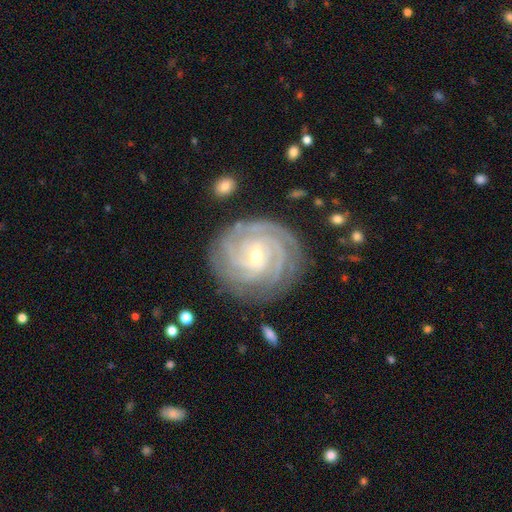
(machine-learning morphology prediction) smooth_or_featured: featured or disk (p=0.90) [alt: star or artifact p=0.05]
disk_edge_on: no (p=0.98) [alt: yes p=0.02]
bar: weak (p=0.45) [alt: no p=0.38]
has_spiral_arms: yes (p=0.98) [alt: no p=0.02]
spiral_winding: tight (p=0.84) [alt: medium p=0.14]
spiral_arm_count: 4 (p=0.34) [alt: 3 p=0.24]
bulge_size: small (p=0.63) [alt: moderate p=0.34]
merging: none (p=0.83) [alt: minor disturbance p=0.13]